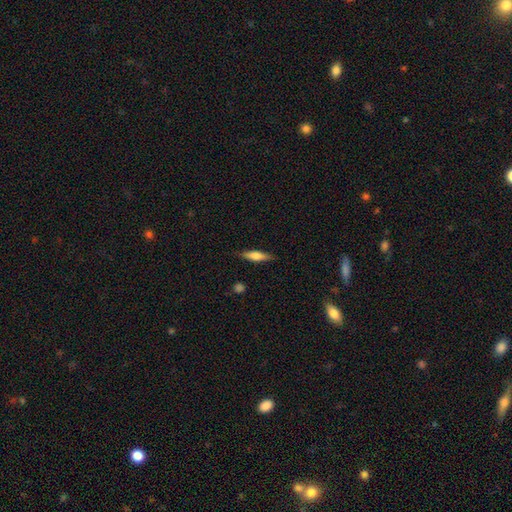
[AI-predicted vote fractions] The model was most divided on "how rounded": cigar-shaped: 65%, in between: 33%, round: 2%. More confident: merging — none (85%); smooth or featured — smooth (65%).